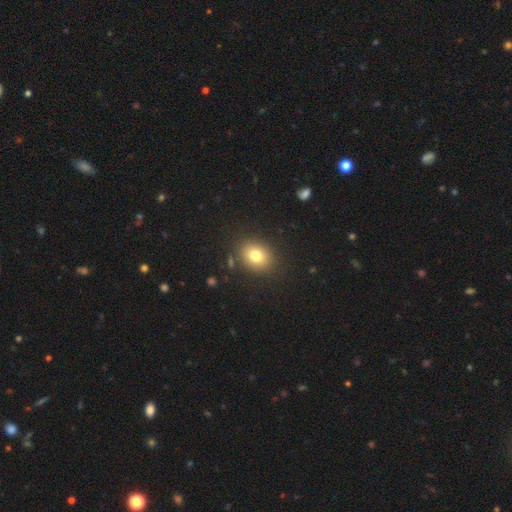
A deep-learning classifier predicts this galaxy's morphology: Overall: smooth (79%). How rounded: round (52%; in between 47%). Merging: none (86%).